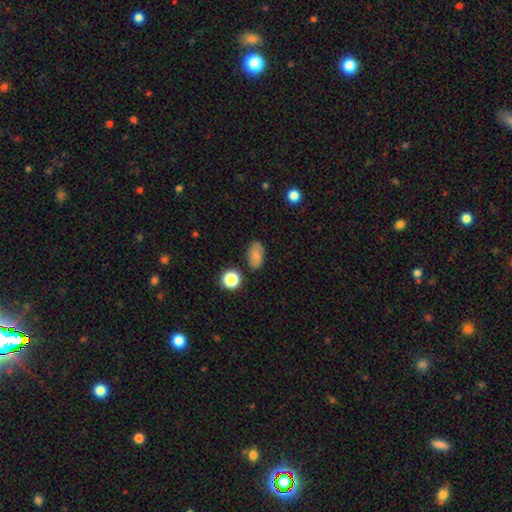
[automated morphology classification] A smooth galaxy with no disk features (77%) that is in between round and cigar-shaped (87%). Merging: none (79%).